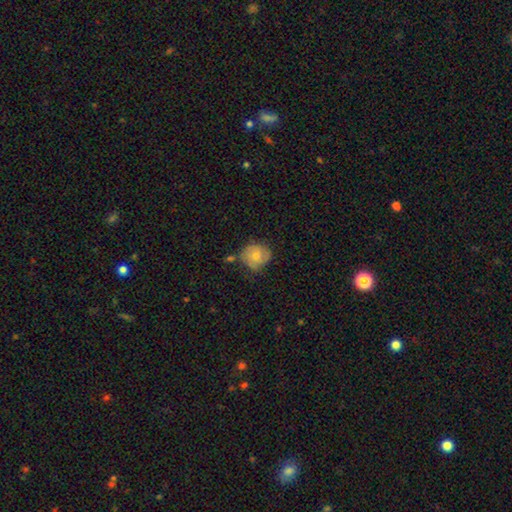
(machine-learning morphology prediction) This appears to be a smooth galaxy with no disk features (66%) that is round (83%). Merging: none (57%).